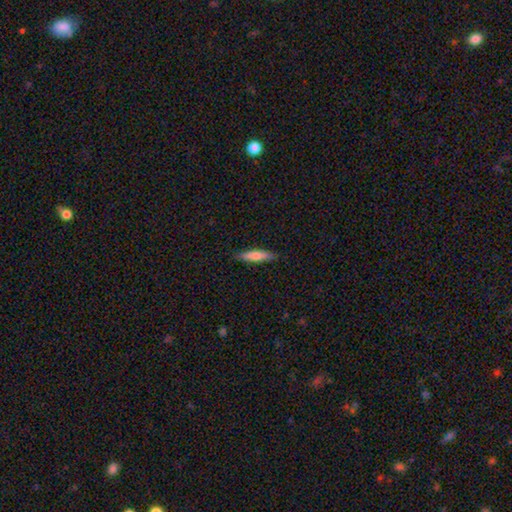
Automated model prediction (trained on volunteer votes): This appears to be a smooth galaxy with no disk features (66%) that is cigar-shaped (82%). Merging: none (88%).